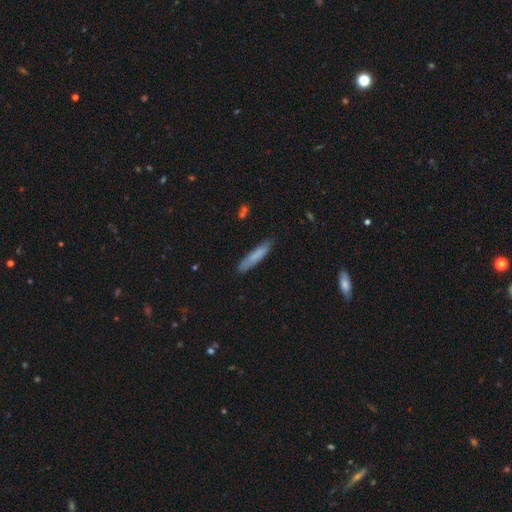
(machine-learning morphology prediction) Smooth or featured?
  - smooth: 77% *
  - featured or disk: 16%
  - star or artifact: 6%
How rounded?
  - cigar-shaped: 90% *
  - in between: 9%
  - round: 1%
Merging?
  - none: 84% *
  - minor disturbance: 13%
  - major disturbance: 2%
  - merger: 2%